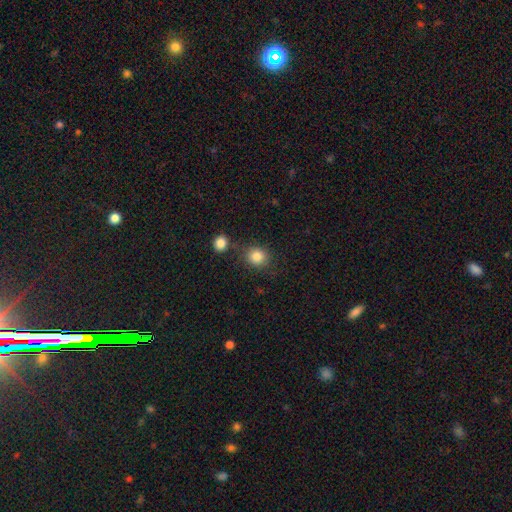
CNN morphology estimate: This appears to be a smooth galaxy with no disk features (85%) that is round (81%). Merging: none (78%).